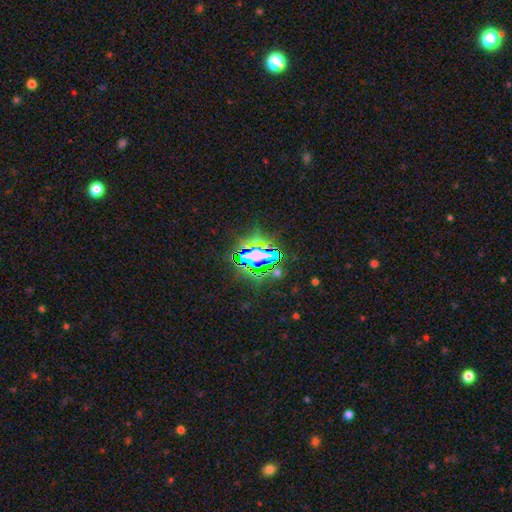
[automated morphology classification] type=star or artifact (68%).